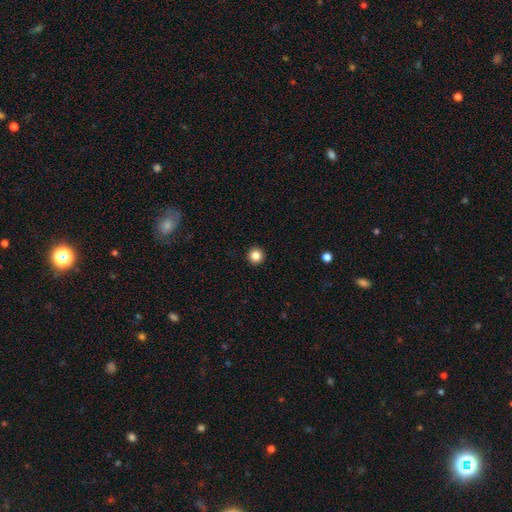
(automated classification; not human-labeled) Q: Smooth or featured?
A: smooth (85%); runner-up: star or artifact (11%)
Q: How rounded?
A: round (96%); runner-up: in between (3%)
Q: Merging?
A: none (94%); runner-up: minor disturbance (4%)